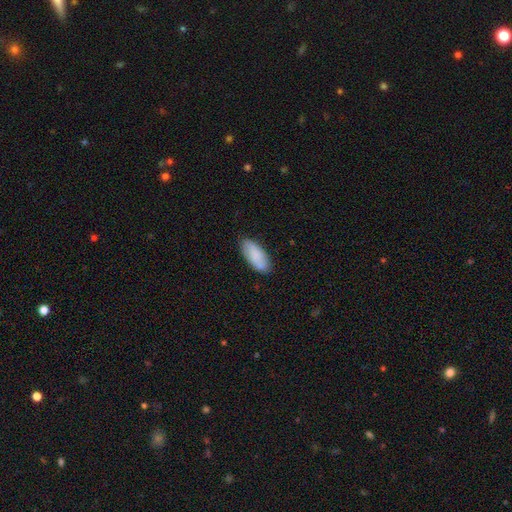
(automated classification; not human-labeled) A smooth galaxy with no disk features (80%) that is in between round and cigar-shaped (86%). Merging: none (79%).